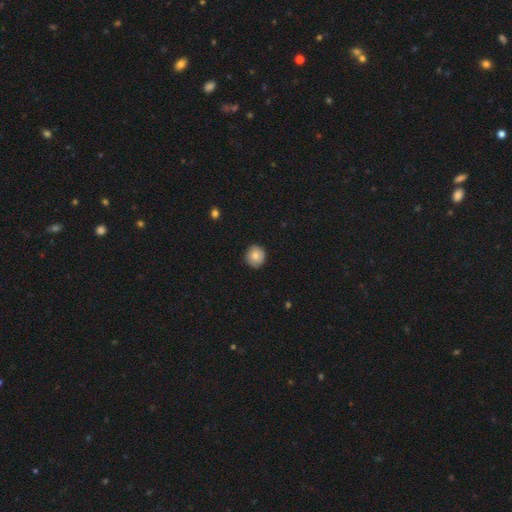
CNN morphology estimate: smooth-or-featured: smooth: 79% | featured or disk: 13% | star or artifact: 8%
  how-rounded: round: 91% | in between: 8% | cigar-shaped: 1%
  merging: none: 86% | minor disturbance: 11% | major disturbance: 2% | merger: 1%